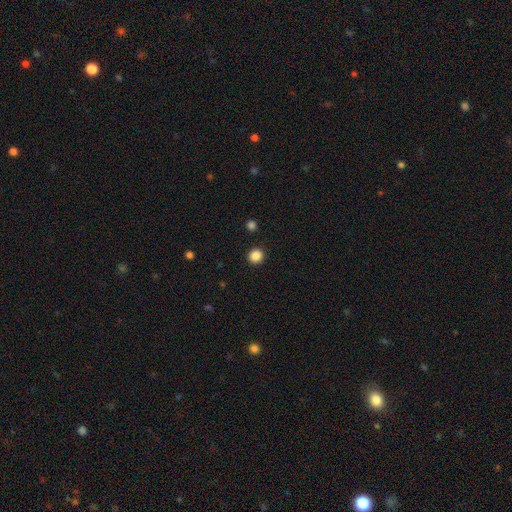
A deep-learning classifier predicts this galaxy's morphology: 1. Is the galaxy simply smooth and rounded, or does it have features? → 87% smooth, 11% star or artifact, 3% featured or disk.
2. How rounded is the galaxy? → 93% round, 6% in between, 1% cigar-shaped.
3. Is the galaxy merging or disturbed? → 92% none, 5% minor disturbance, 2% major disturbance, 1% merger.